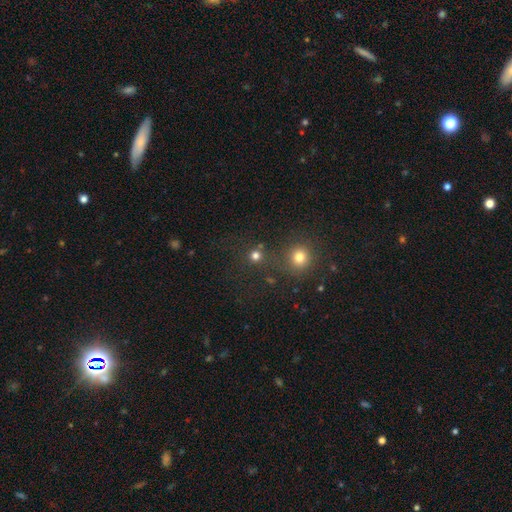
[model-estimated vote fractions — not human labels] smooth_or_featured: smooth (p=0.75) [alt: star or artifact p=0.20]
how_rounded: round (p=0.93) [alt: in between p=0.06]
merging: none (p=0.76) [alt: merger p=0.13]